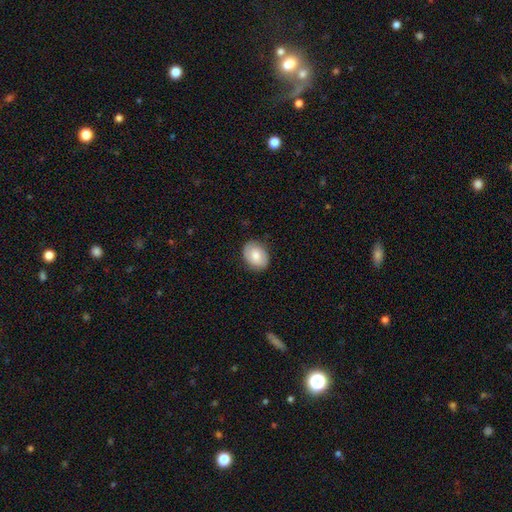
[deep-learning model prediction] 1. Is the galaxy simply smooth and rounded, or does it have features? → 74% smooth, 19% featured or disk, 7% star or artifact.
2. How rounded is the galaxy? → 65% in between, 34% round, 1% cigar-shaped.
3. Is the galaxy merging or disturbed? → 84% none, 13% minor disturbance, 3% major disturbance, 1% merger.